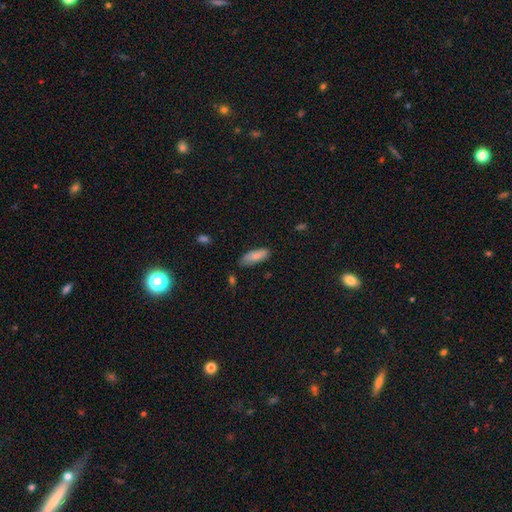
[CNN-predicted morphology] Smooth or featured? Predicted: smooth (p=0.85). How rounded? Predicted: in between (p=0.66). Merging? Predicted: none (p=0.75).